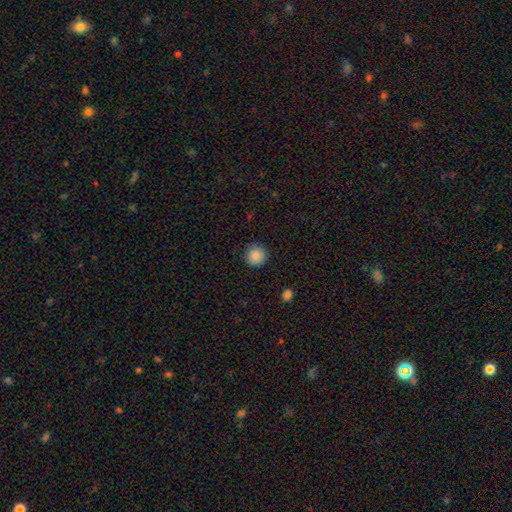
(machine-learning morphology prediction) A smooth galaxy with no disk features (88%) that is round (95%). Merging: none (90%).